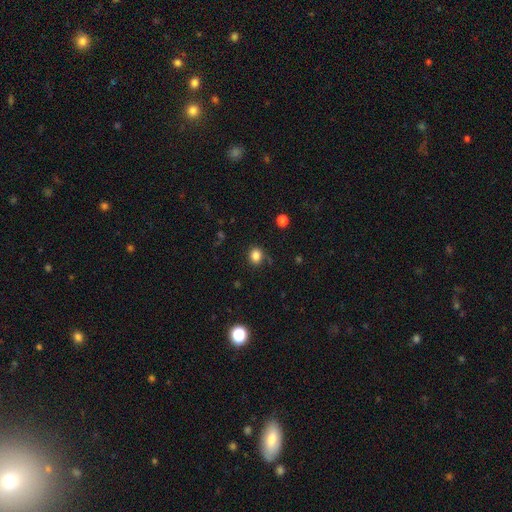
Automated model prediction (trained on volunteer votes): Morphology: type=smooth (84%); roundness=round (65%); merging=none (82%).